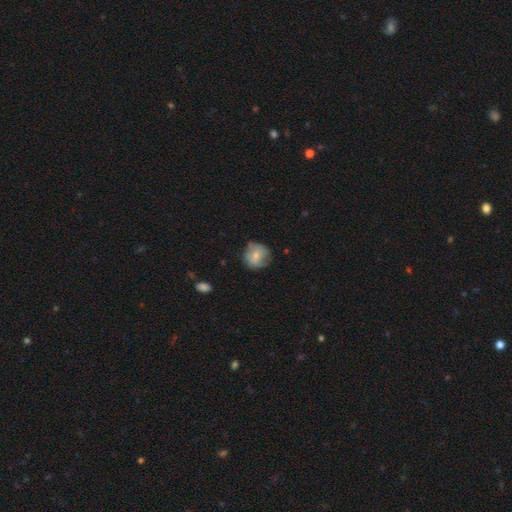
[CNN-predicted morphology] smooth_or_featured: smooth (p=0.66) [alt: featured or disk p=0.26]
how_rounded: round (p=0.84) [alt: in between p=0.15]
merging: none (p=0.62) [alt: minor disturbance p=0.28]